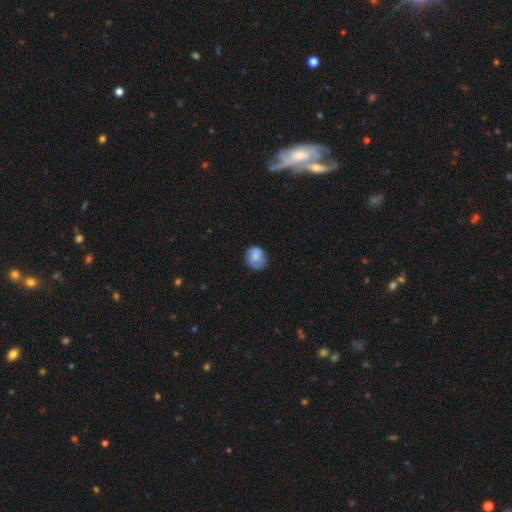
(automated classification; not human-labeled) A smooth galaxy with no disk features (77%) that is round (71%).

Vote fractions:
- Smooth or featured? smooth: 77% / featured or disk: 15% / star or artifact: 8%
- How rounded? round: 71% / in between: 28% / cigar-shaped: 1%
- Merging? none: 65% / minor disturbance: 26% / major disturbance: 8% / merger: 1%